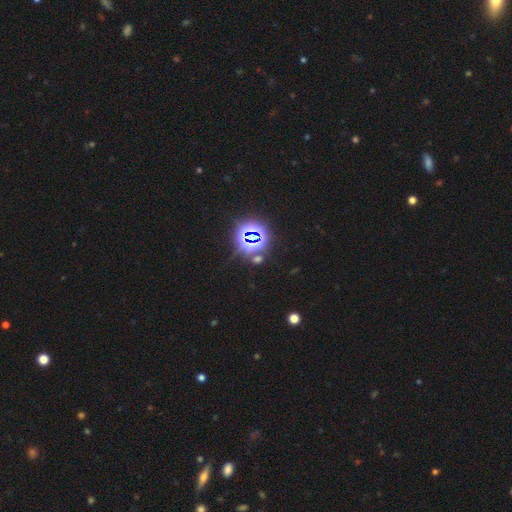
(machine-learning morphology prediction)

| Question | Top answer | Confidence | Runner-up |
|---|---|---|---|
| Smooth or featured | star or artifact | 78% | smooth (13%) |